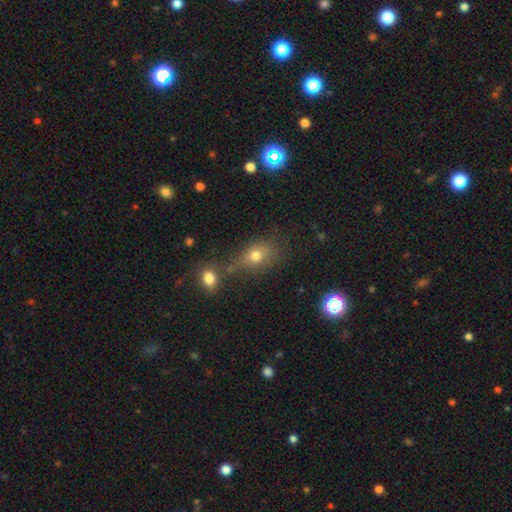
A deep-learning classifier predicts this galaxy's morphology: A smooth galaxy with no disk features (70%) that is in between round and cigar-shaped (61%). Merging: none (49%).